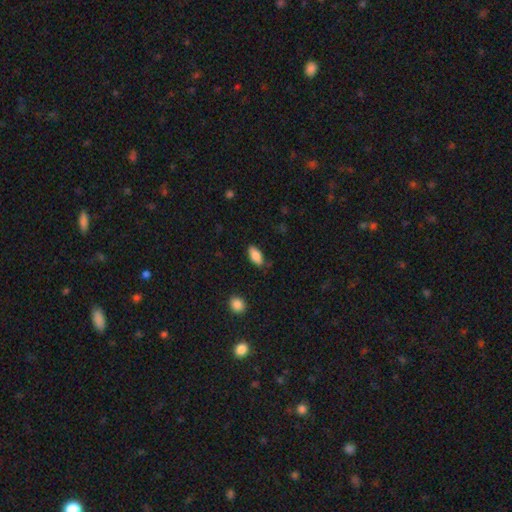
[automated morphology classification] smooth_or_featured: smooth (p=0.85) [alt: featured or disk p=0.08]
how_rounded: in between (p=0.90) [alt: cigar-shaped p=0.07]
merging: none (p=0.77) [alt: minor disturbance p=0.18]